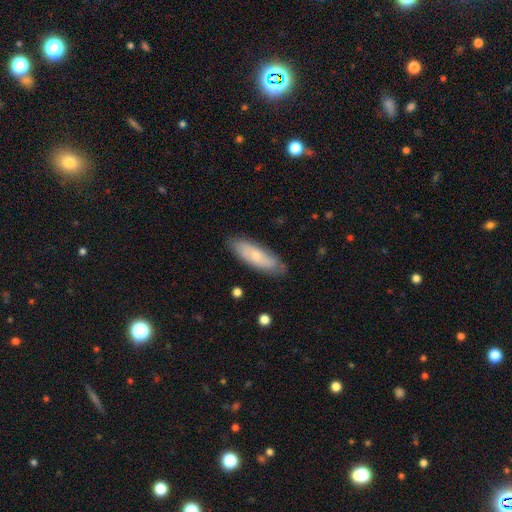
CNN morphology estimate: This appears to be a smooth galaxy with no disk features (60%) that is in between round and cigar-shaped (56%). Merging: none (83%).